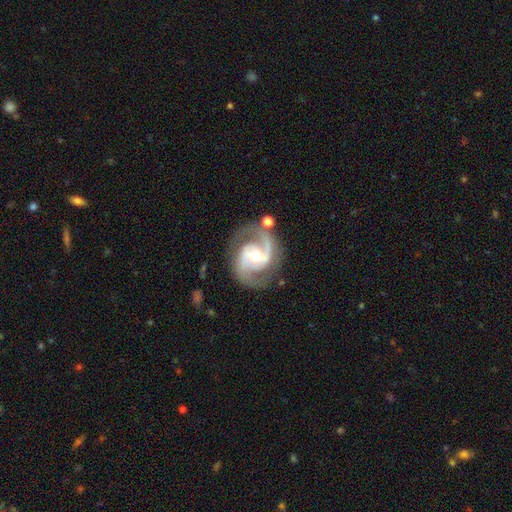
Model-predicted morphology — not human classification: Smooth or featured? featured or disk (92%)
Edge-on disk? no (98%)
Bar? weak (41%)
Spiral arms? yes (98%)
Spiral winding? medium (59%)
Spiral arm count? 2 (91%)
Bulge size? moderate (66%)
Merging? none (77%)